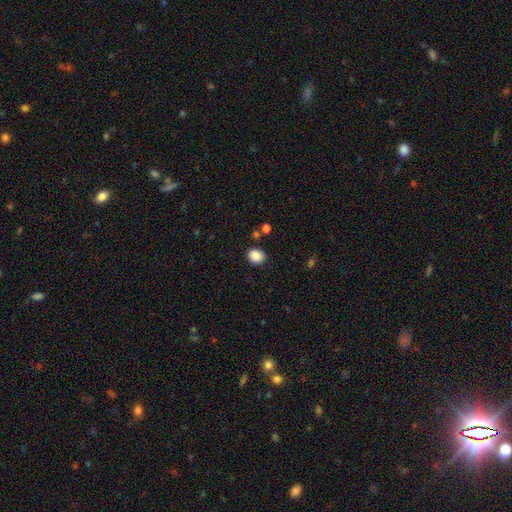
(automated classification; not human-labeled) Smooth or featured?
  - smooth: 87% *
  - star or artifact: 9%
  - featured or disk: 4%
How rounded?
  - round: 59% *
  - in between: 40%
  - cigar-shaped: 1%
Merging?
  - none: 86% *
  - minor disturbance: 9%
  - merger: 3%
  - major disturbance: 3%